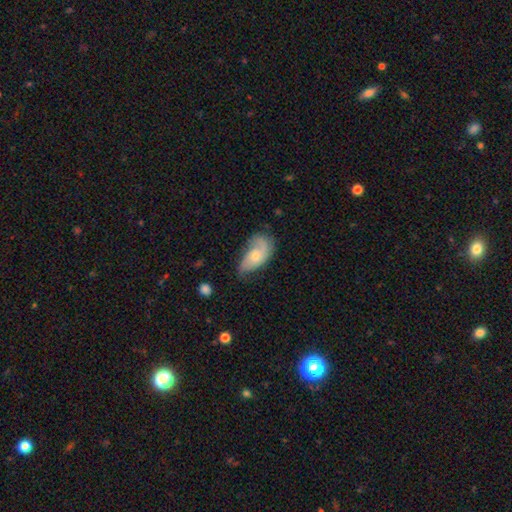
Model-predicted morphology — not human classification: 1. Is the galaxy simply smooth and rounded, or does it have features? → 54% featured or disk, 40% smooth, 6% star or artifact.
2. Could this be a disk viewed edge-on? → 95% no, 5% yes.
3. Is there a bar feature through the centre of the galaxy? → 71% no, 26% weak, 4% strong.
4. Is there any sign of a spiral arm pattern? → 83% yes, 17% no.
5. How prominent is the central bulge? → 45% small, 44% moderate, 5% none, 4% large, 1% dominant.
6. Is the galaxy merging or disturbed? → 43% none, 34% minor disturbance, 20% major disturbance, 3% merger.